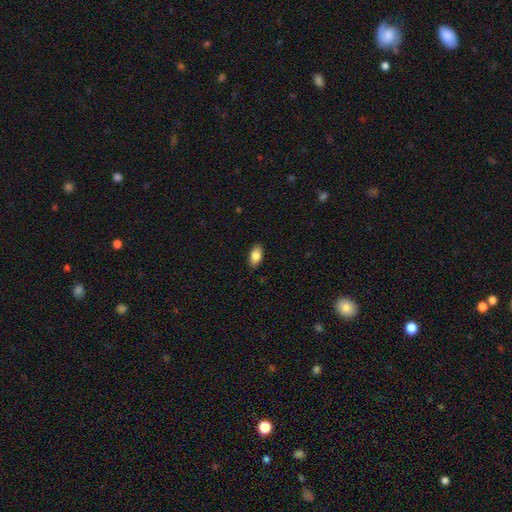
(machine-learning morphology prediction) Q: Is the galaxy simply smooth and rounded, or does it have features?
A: smooth — 84%.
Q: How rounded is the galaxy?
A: in between — 91%.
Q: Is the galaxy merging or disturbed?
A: none — 87%.